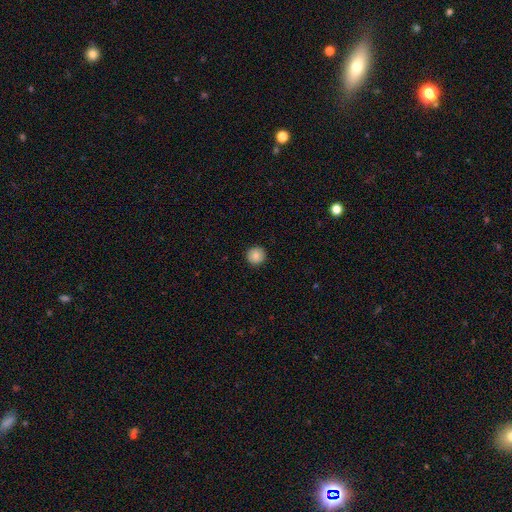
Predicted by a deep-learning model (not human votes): Morphology: type=smooth (86%); roundness=round (95%); merging=none (92%).